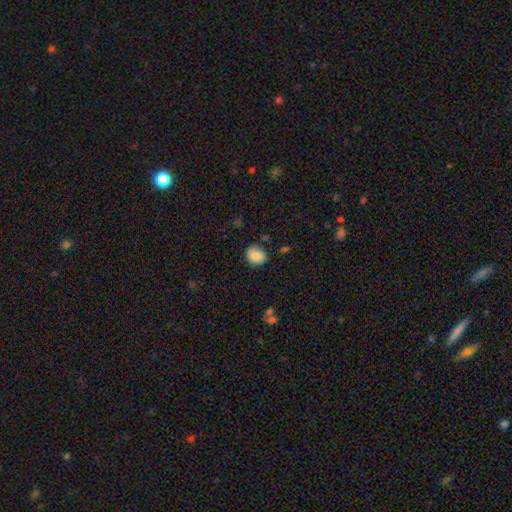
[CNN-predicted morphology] Q: Smooth or featured?
A: smooth (85%); runner-up: star or artifact (8%)
Q: How rounded?
A: round (71%); runner-up: in between (28%)
Q: Merging?
A: none (74%); runner-up: minor disturbance (19%)